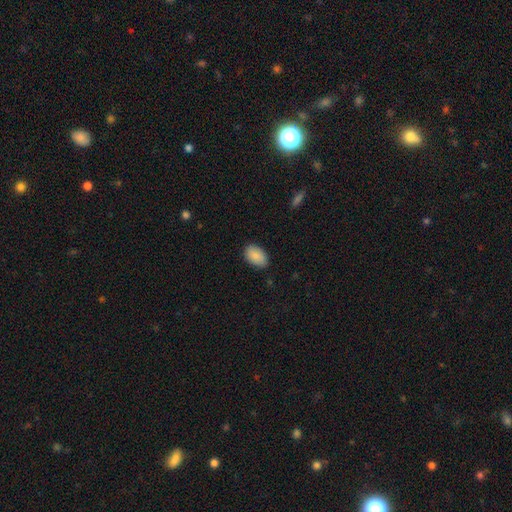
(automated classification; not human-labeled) Smooth or featured?
  - smooth: 88% *
  - star or artifact: 6%
  - featured or disk: 5%
How rounded?
  - in between: 92% *
  - round: 7%
  - cigar-shaped: 1%
Merging?
  - none: 85% *
  - minor disturbance: 12%
  - major disturbance: 2%
  - merger: 1%